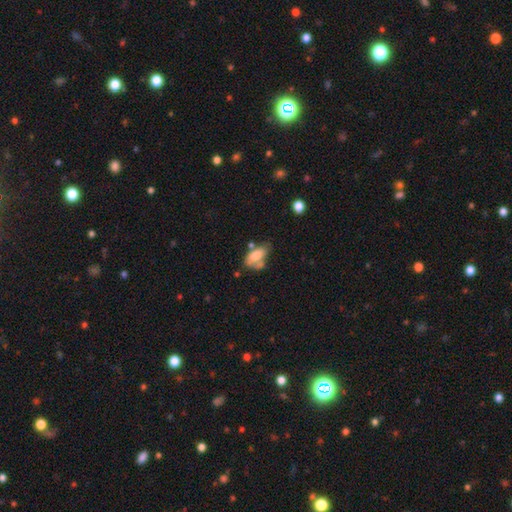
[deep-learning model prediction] Q: Smooth or featured?
A: smooth (67%); runner-up: featured or disk (24%)
Q: How rounded?
A: in between (90%); runner-up: cigar-shaped (5%)
Q: Merging?
A: none (34%); runner-up: minor disturbance (26%)